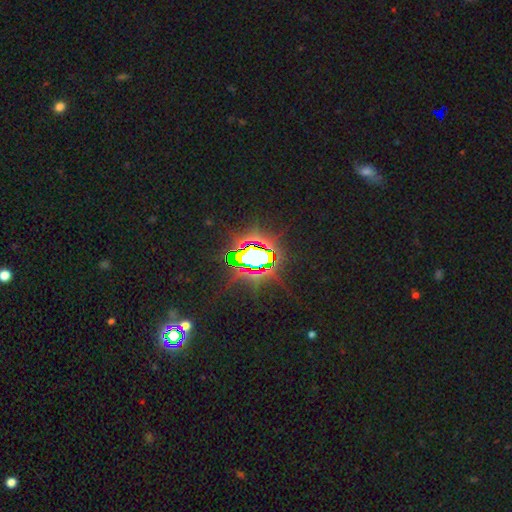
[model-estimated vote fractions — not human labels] A star or artifact, not a galaxy (75%).